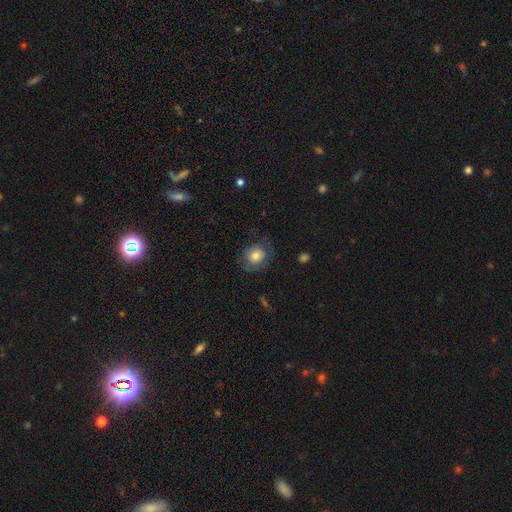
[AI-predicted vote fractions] Morphology: type=smooth (71%); roundness=round (73%); merging=none (65%).